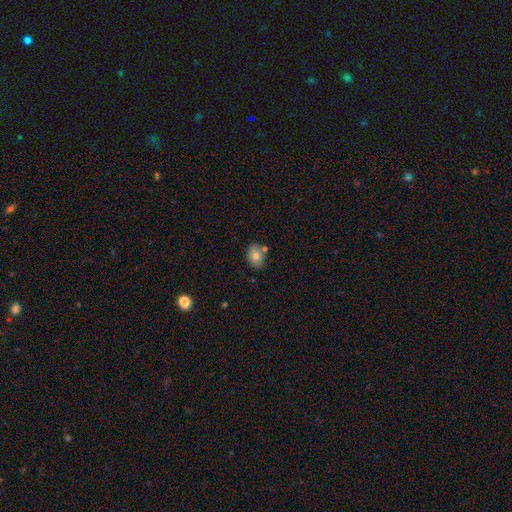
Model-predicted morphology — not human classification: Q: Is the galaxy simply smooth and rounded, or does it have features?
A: smooth — 76%.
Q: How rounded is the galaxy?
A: in between — 75%.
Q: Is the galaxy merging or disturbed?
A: none — 73%.